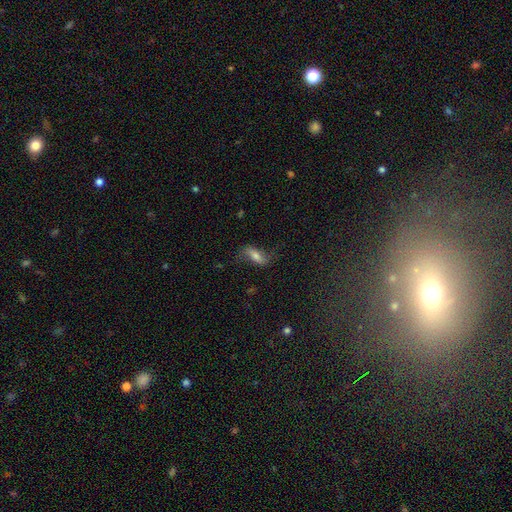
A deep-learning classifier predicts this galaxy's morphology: Smooth or featured? smooth (48%)
Merging? none (64%)